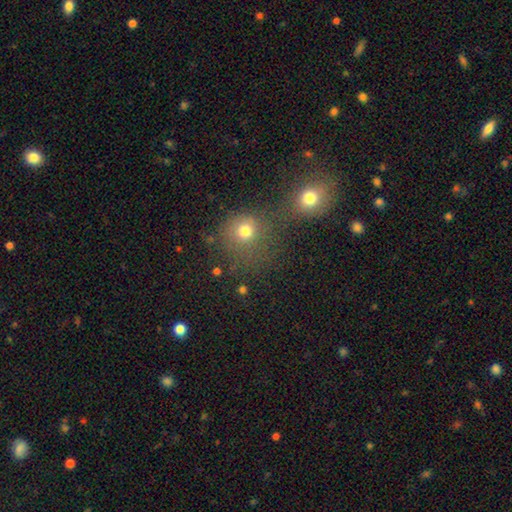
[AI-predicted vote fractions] Smooth or featured? Predicted: smooth (p=0.61). How rounded? Predicted: round (p=0.87). Merging? Predicted: none (p=0.51).